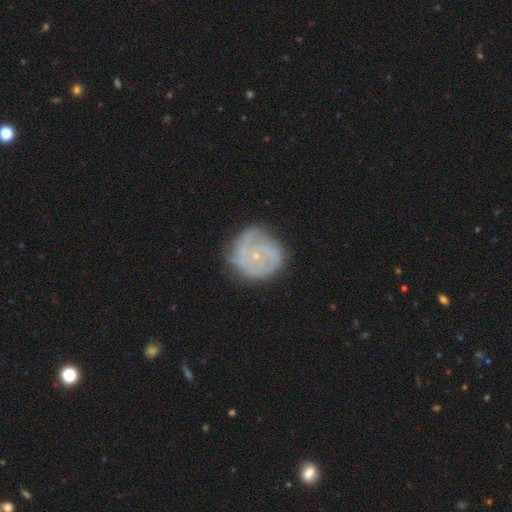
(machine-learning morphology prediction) A featured or disk galaxy (73%) with no bar (82%), tight (62%) spiral arms (87%) and a small central bulge (85%).

Vote fractions:
- Smooth or featured? featured or disk: 73% / smooth: 19% / star or artifact: 8%
- Edge-on disk? no: 98% / yes: 2%
- Bar? no: 82% / weak: 16% / strong: 3%
- Spiral arms? yes: 87% / no: 13%
- Spiral winding? tight: 62% / medium: 29% / loose: 9%
- Spiral arm count? can't tell: 33% / 3: 26% / 2: 20% / 4: 9% / 1: 7% / more than 4: 6%
- Bulge size? small: 85% / moderate: 10% / none: 3% / large: 1% / dominant: 1%
- Merging? none: 68% / minor disturbance: 23% / major disturbance: 8% / merger: 2%